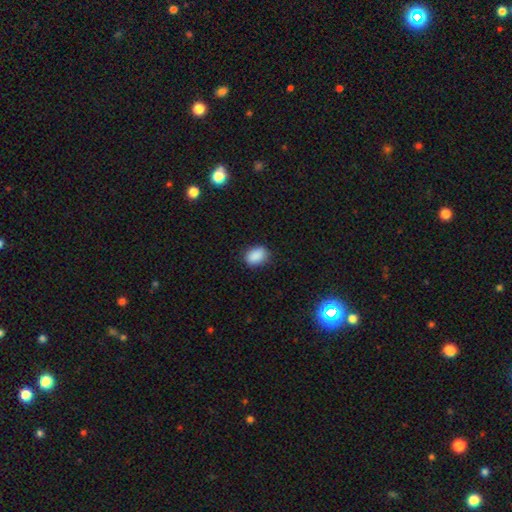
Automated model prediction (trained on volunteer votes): Smooth or featured? smooth (89%)
How rounded? in between (75%)
Merging? none (84%)